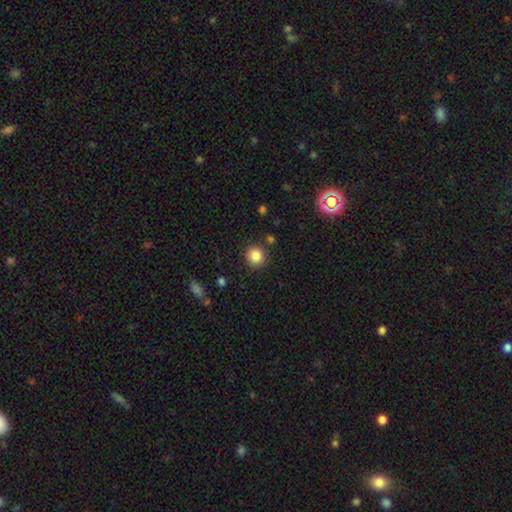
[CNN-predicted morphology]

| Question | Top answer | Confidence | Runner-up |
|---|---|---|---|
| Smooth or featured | smooth | 85% | star or artifact (10%) |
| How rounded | round | 90% | in between (9%) |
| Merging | none | 87% | minor disturbance (7%) |